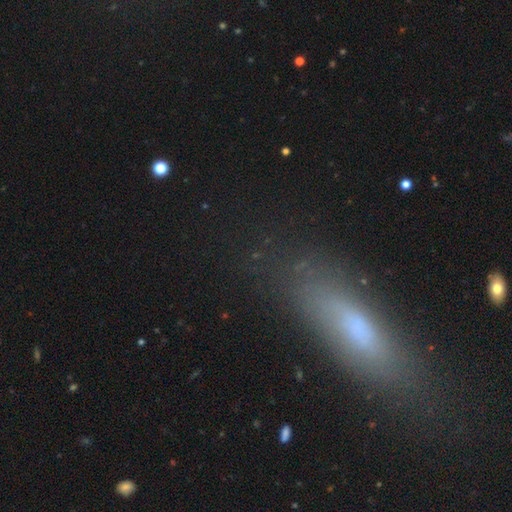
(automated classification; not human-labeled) Smooth or featured? Predicted: smooth (p=0.56). How rounded? Predicted: cigar-shaped (p=0.54). Merging? Predicted: none (p=0.76).